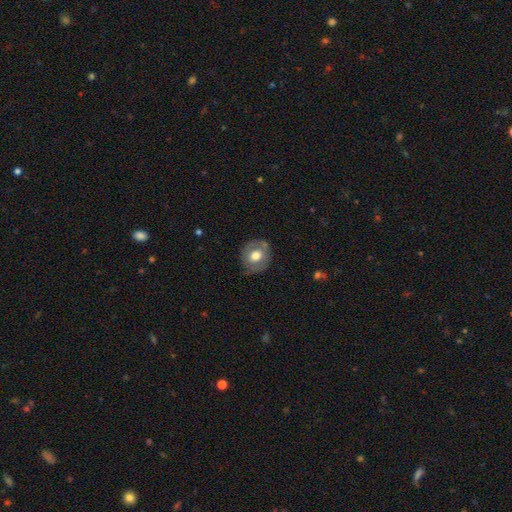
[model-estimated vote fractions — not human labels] A smooth galaxy with no disk features (56%) that is round (70%).

Vote fractions:
- Smooth or featured? smooth: 56% / featured or disk: 37% / star or artifact: 7%
- How rounded? round: 70% / in between: 29% / cigar-shaped: 1%
- Merging? none: 75% / minor disturbance: 18% / major disturbance: 6% / merger: 2%